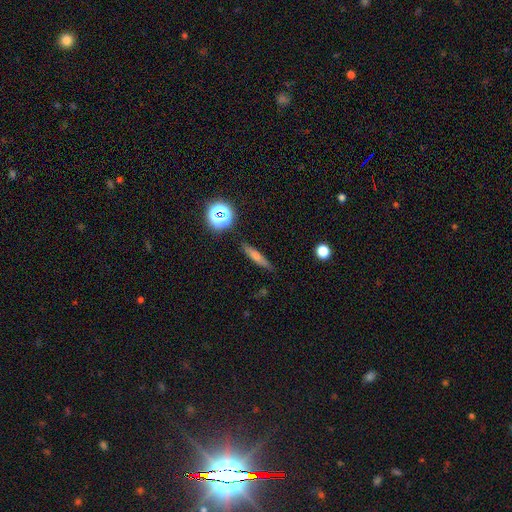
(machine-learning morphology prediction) This is possibly a smooth galaxy (50%). How rounded: likely cigar-shaped (80%). Merging: clearly none (87%).